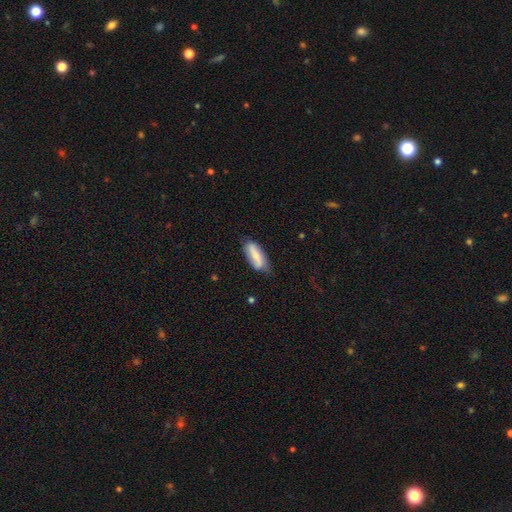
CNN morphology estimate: Smooth or featured? Predicted: smooth (p=0.66). How rounded? Predicted: in between (p=0.71). Merging? Predicted: none (p=0.70).